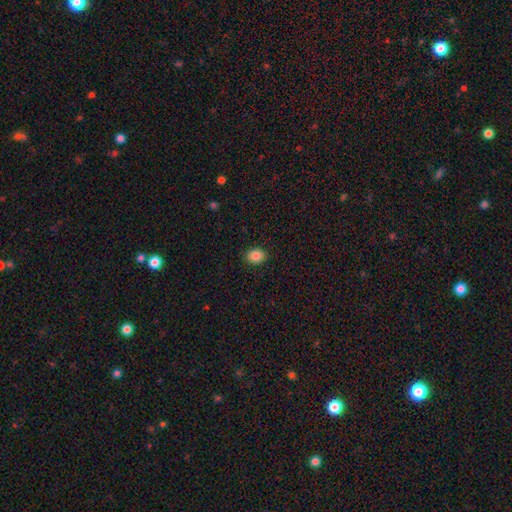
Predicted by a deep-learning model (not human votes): smooth_or_featured: smooth (p=0.86) [alt: star or artifact p=0.10]
how_rounded: round (p=0.52) [alt: in between p=0.47]
merging: none (p=0.90) [alt: minor disturbance p=0.07]